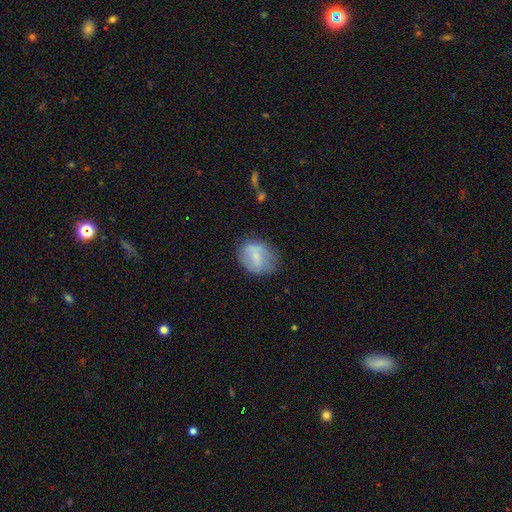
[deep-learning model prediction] A smooth galaxy with no disk features (63%) that is in between round and cigar-shaped (55%).

Vote fractions:
- Smooth or featured? smooth: 63% / featured or disk: 29% / star or artifact: 8%
- How rounded? in between: 55% / round: 43% / cigar-shaped: 1%
- Merging? none: 66% / minor disturbance: 23% / major disturbance: 8% / merger: 2%